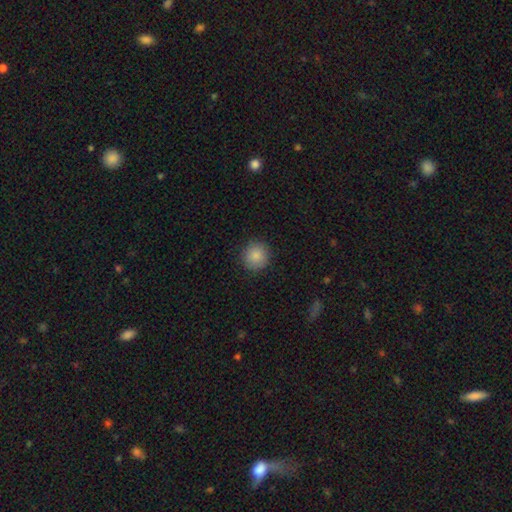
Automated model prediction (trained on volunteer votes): smooth_or_featured: smooth (p=0.87) [alt: star or artifact p=0.08]
how_rounded: round (p=0.93) [alt: in between p=0.06]
merging: none (p=0.90) [alt: minor disturbance p=0.07]